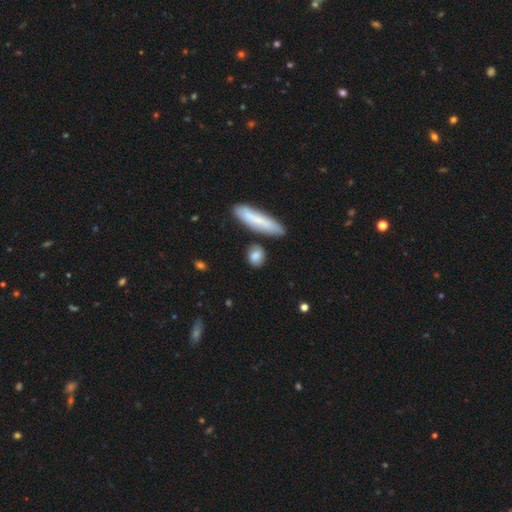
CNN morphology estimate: Q: Smooth or featured?
A: smooth (82%); runner-up: featured or disk (12%)
Q: How rounded?
A: in between (42%); runner-up: round (40%)
Q: Merging?
A: none (74%); runner-up: minor disturbance (15%)